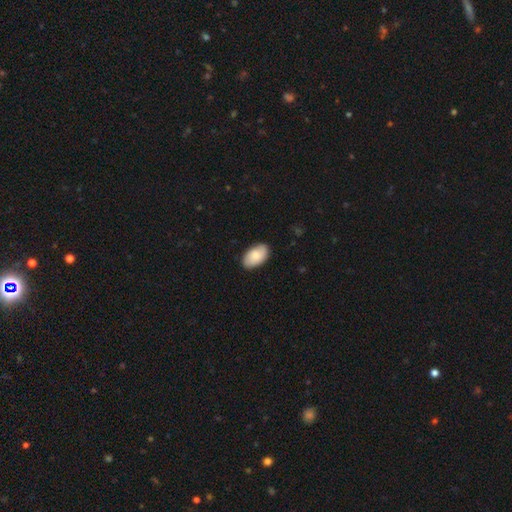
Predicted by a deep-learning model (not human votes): Q: Smooth or featured?
A: smooth (79%); runner-up: featured or disk (16%)
Q: How rounded?
A: in between (95%); runner-up: round (4%)
Q: Merging?
A: none (86%); runner-up: minor disturbance (11%)